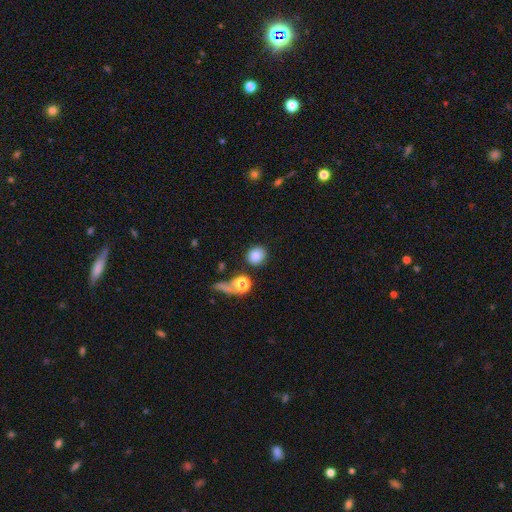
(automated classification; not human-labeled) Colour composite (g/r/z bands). It shows a smooth galaxy with no disk features (82%) that is round (86%). Merging: none (76%).